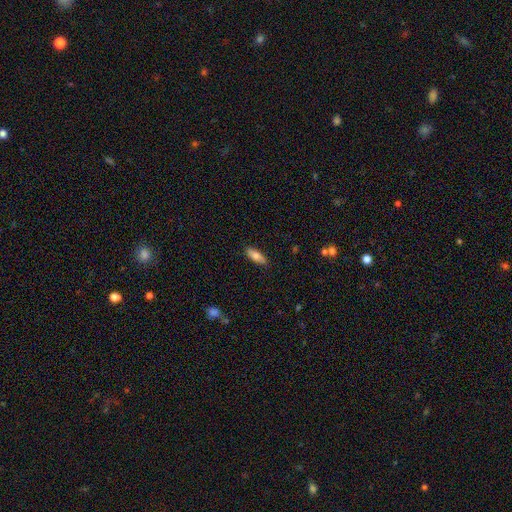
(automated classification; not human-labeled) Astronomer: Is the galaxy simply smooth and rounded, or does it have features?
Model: smooth — 74%.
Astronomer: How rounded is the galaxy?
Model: in between — 71%.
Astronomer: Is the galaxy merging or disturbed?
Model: none — 86%.